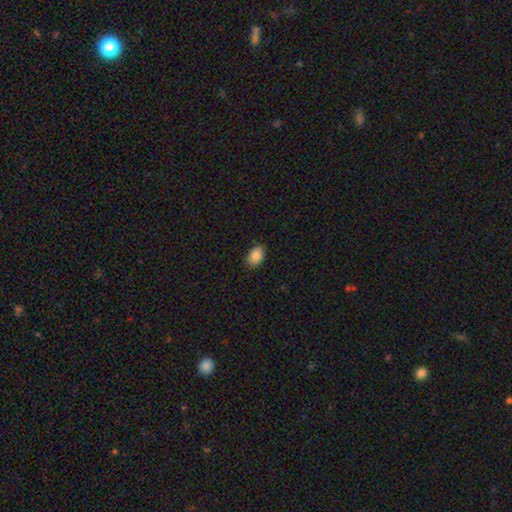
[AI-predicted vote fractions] This appears to be a smooth galaxy with no disk features (88%) that is in between round and cigar-shaped (89%). Merging: none (88%).